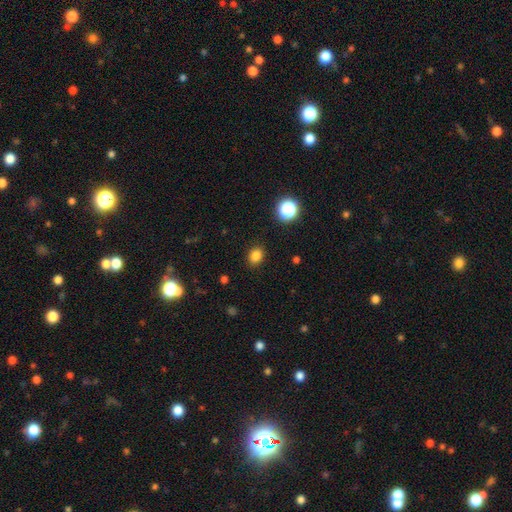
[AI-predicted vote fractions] smooth_or_featured: smooth (p=0.83) [alt: star or artifact p=0.13]
how_rounded: round (p=0.51) [alt: in between p=0.48]
merging: none (p=0.88) [alt: minor disturbance p=0.08]